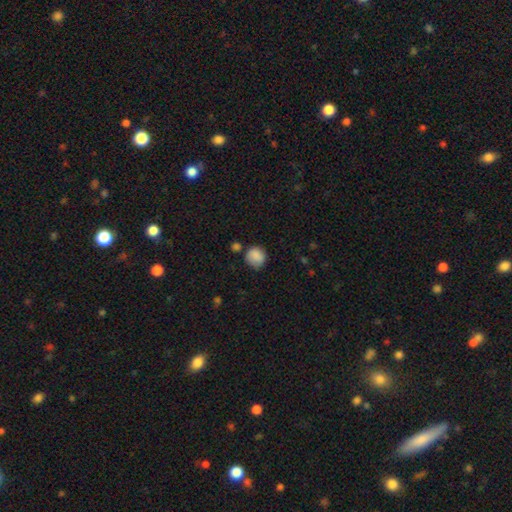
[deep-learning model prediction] A smooth galaxy with no disk features (85%) that is round (82%). Merging: none (69%).